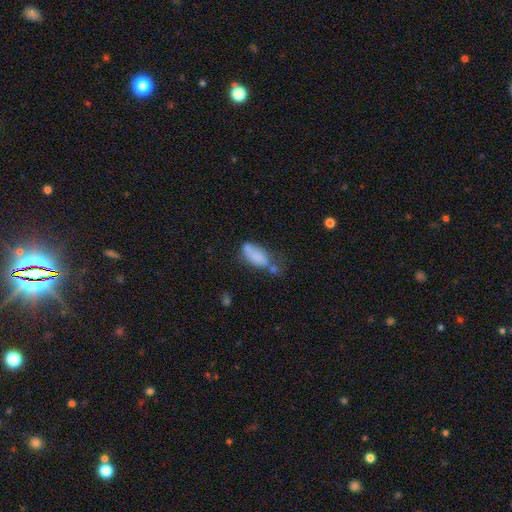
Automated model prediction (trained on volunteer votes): Smooth or featured?
  - smooth: 79% *
  - featured or disk: 12%
  - star or artifact: 8%
How rounded?
  - in between: 81% *
  - cigar-shaped: 17%
  - round: 3%
Merging?
  - none: 36% *
  - minor disturbance: 27%
  - merger: 22%
  - major disturbance: 15%